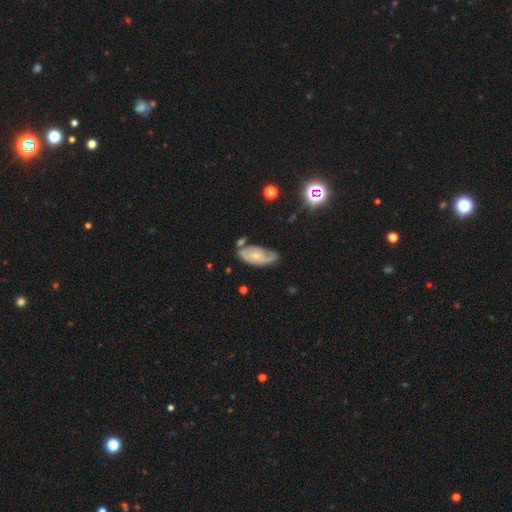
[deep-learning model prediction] Morphology: type=featured or disk (65%); edge-on=no (92%); bar=no (74%); spiral arms=yes (82%); bulge=small (63%); merging=none (50%).